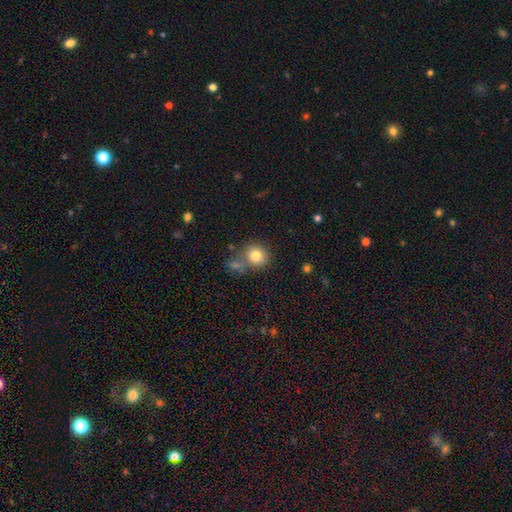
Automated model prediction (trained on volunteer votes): Smooth or featured: smooth — 81% (star or artifact — 11%)
How rounded: round — 86% (in between — 13%)
Merging: none — 66% (merger — 16%)